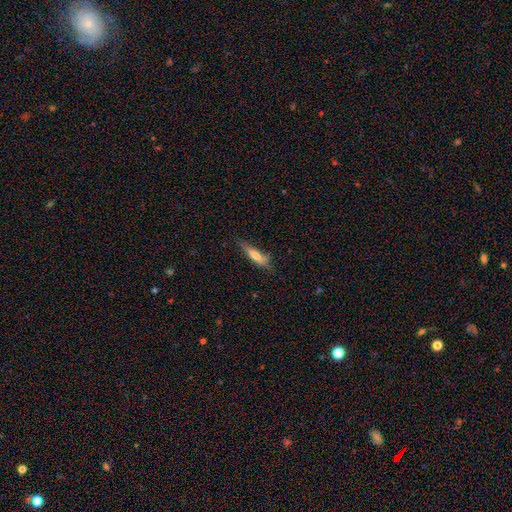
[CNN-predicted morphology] The model was most divided on "merging": none: 61%, minor disturbance: 28%, major disturbance: 8%, merger: 3%. More confident: how rounded — cigar-shaped (69%); smooth or featured — smooth (67%).